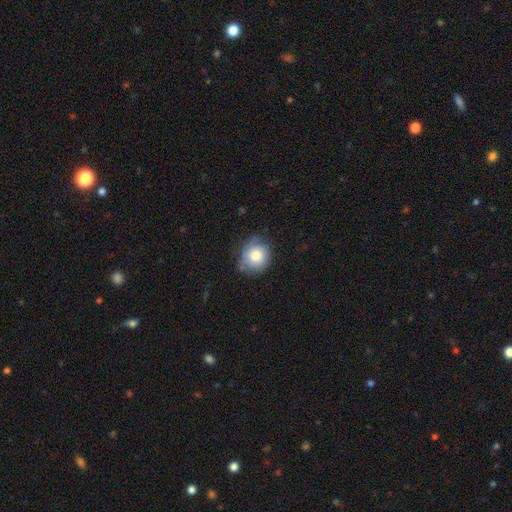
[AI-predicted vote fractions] smooth 76%, featured or disk 16%, star or artifact 9%. Down the decision tree: how rounded — round (77%); merging — none (65%).